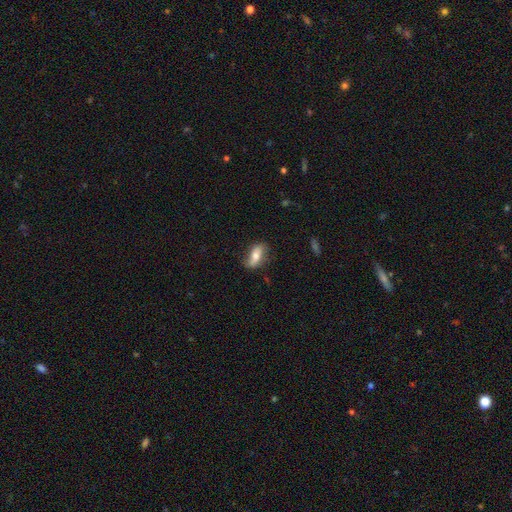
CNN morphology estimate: Overall: smooth (54%; featured or disk 39%). How rounded: in between (78%). Merging: none (72%).